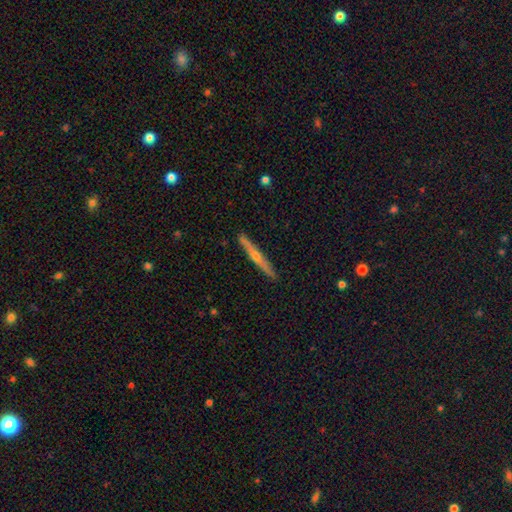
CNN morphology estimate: Smooth or featured? Predicted: featured or disk (p=0.68). Edge-on disk? Predicted: yes (p=0.97). Edge-on bulge? Predicted: rounded (p=0.79). Merging? Predicted: none (p=0.90).